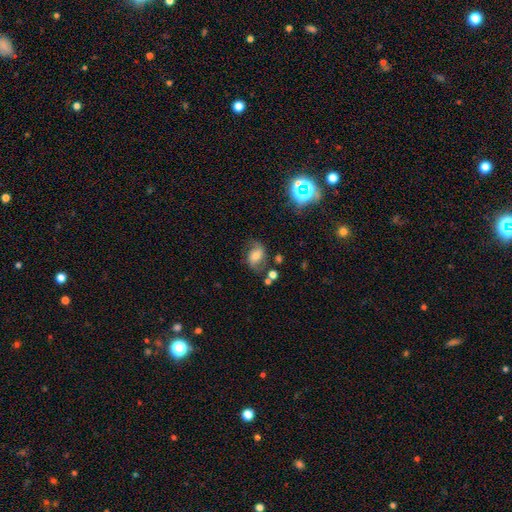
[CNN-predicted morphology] Smooth or featured: featured or disk — 45% (smooth — 41%)
Merging: none — 59% (minor disturbance — 23%)